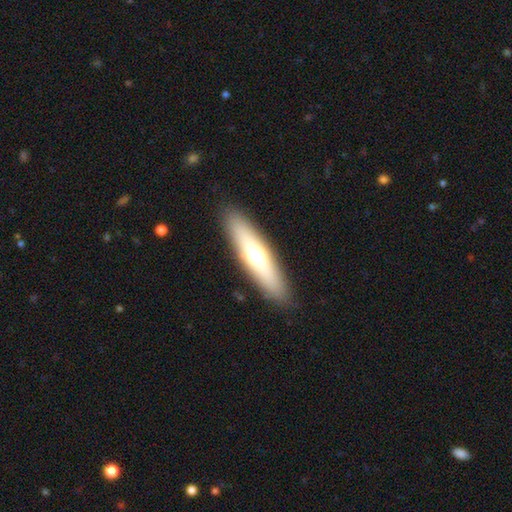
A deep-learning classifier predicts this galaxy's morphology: Smooth or featured: smooth — 57% (featured or disk — 37%)
How rounded: cigar-shaped — 70% (in between — 28%)
Merging: none — 90% (minor disturbance — 7%)